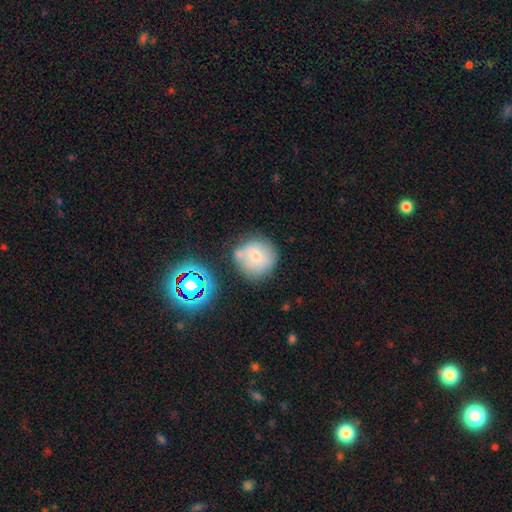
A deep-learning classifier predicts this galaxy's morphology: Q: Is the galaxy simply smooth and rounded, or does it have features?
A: smooth — 68%.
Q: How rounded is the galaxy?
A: round — 91%.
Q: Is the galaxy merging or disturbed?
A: none — 61%.